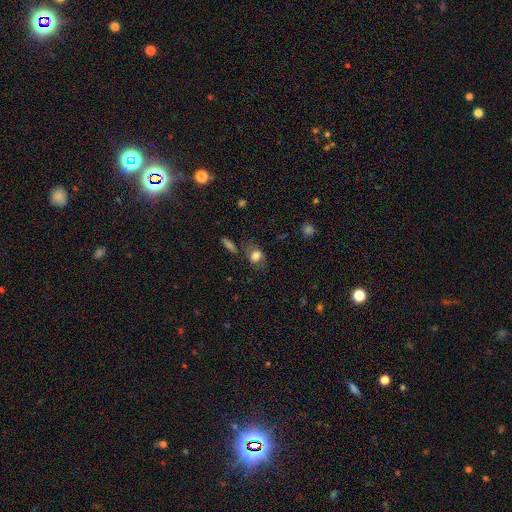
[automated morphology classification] type=smooth (68%); roundness=in between (66%); merging=none (65%).